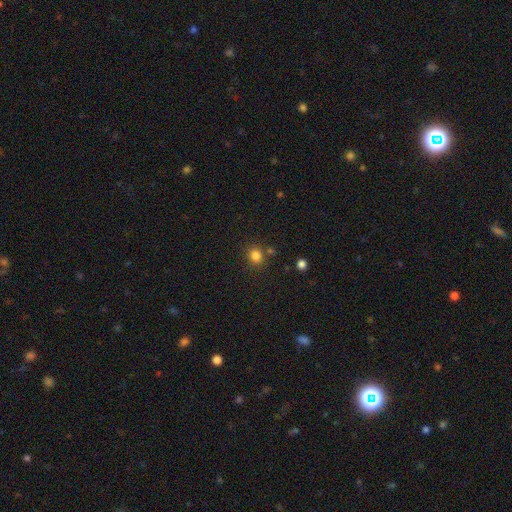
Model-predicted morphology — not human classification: smooth-or-featured: smooth: 82% | star or artifact: 13% | featured or disk: 5%
  how-rounded: round: 75% | in between: 24% | cigar-shaped: 1%
  merging: none: 79% | minor disturbance: 10% | merger: 8% | major disturbance: 3%